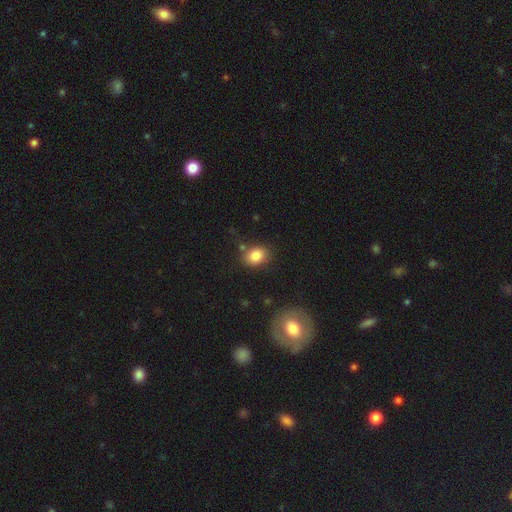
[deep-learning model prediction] A smooth galaxy with no disk features (84%) that is in between round and cigar-shaped (57%). Merging: none (75%).